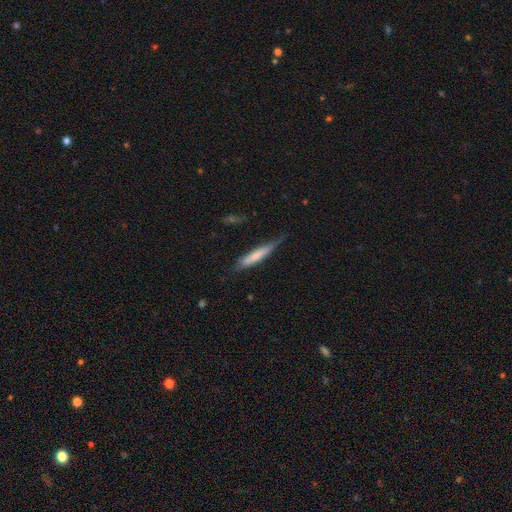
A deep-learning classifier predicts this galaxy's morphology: This is likely a smooth galaxy (63%). How rounded: clearly cigar-shaped (90%). Merging: likely none (63%).